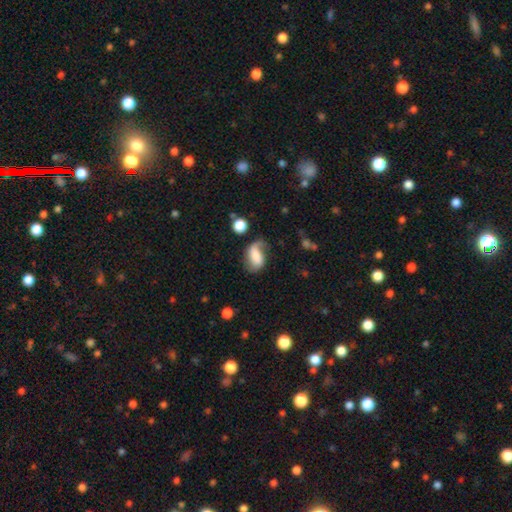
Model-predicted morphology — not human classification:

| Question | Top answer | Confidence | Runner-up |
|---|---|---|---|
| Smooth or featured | smooth | 47% | featured or disk (44%) |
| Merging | none | 44% | minor disturbance (28%) |